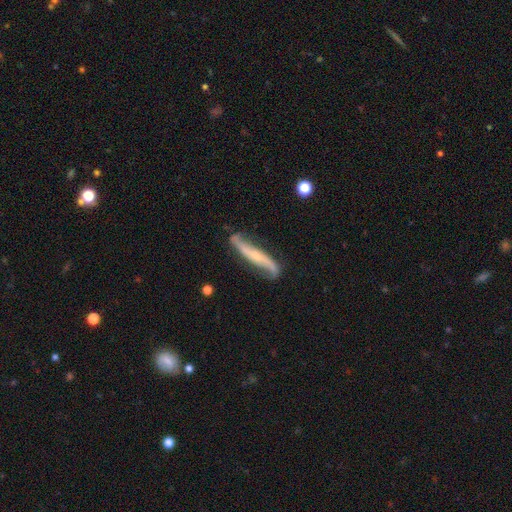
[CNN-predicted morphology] The model was most divided on "edge-on disk": no: 63%, yes: 37%. More confident: smooth or featured — featured or disk (79%); merging — none (70%).